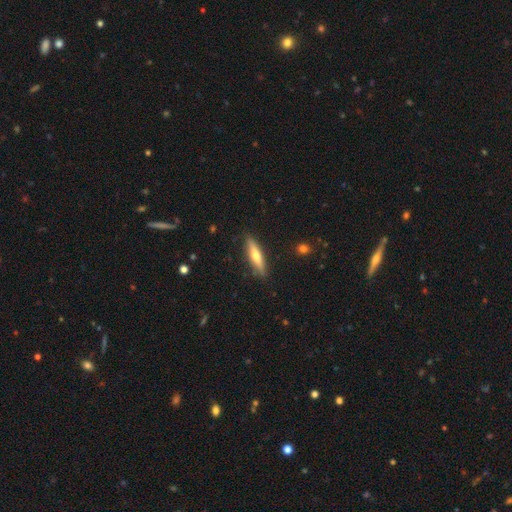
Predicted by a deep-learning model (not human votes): Smooth or featured? smooth (54%)
How rounded? cigar-shaped (80%)
Merging? none (88%)